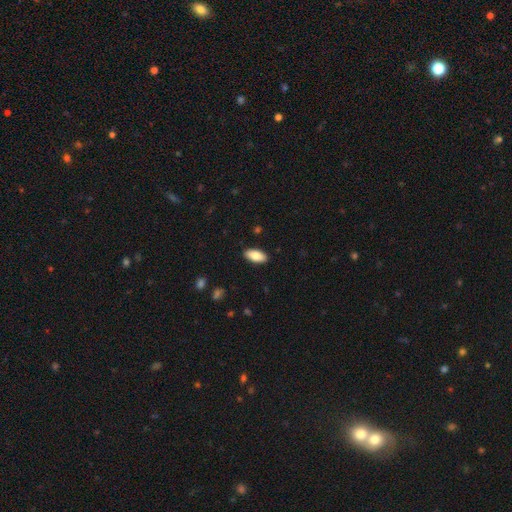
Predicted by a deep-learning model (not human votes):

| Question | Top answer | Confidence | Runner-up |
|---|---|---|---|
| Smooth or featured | smooth | 84% | featured or disk (9%) |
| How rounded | in between | 90% | cigar-shaped (8%) |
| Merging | none | 89% | minor disturbance (8%) |